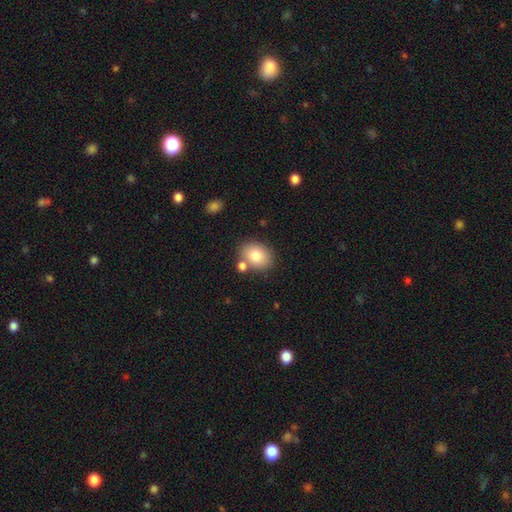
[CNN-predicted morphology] smooth_or_featured: smooth (p=0.81) [alt: featured or disk p=0.11]
how_rounded: in between (p=0.67) [alt: round p=0.32]
merging: none (p=0.70) [alt: merger p=0.14]